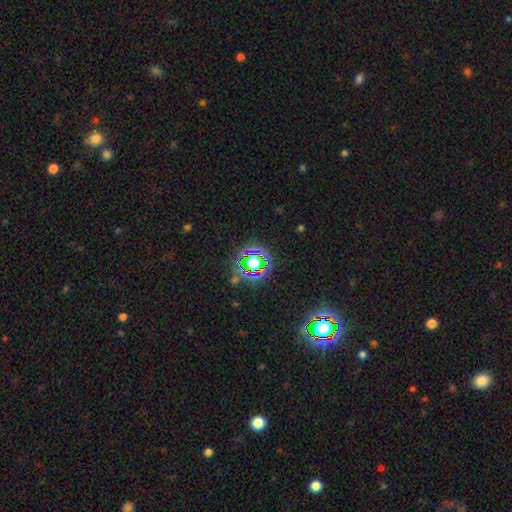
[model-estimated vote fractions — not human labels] This is likely a star or artifact rather than a galaxy (77%).